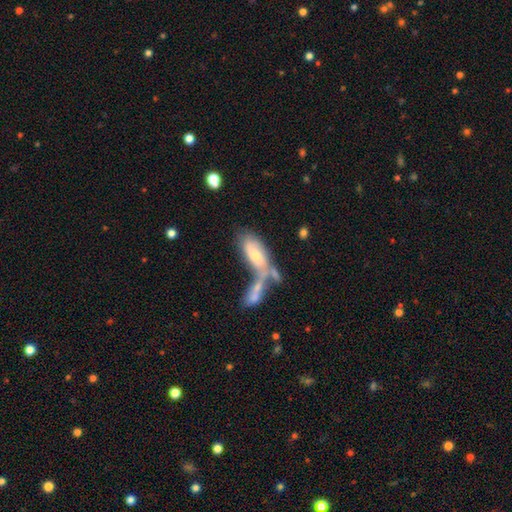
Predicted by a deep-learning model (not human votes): Smooth or featured? smooth (53%)
How rounded? in between (76%)
Merging? merger (56%)